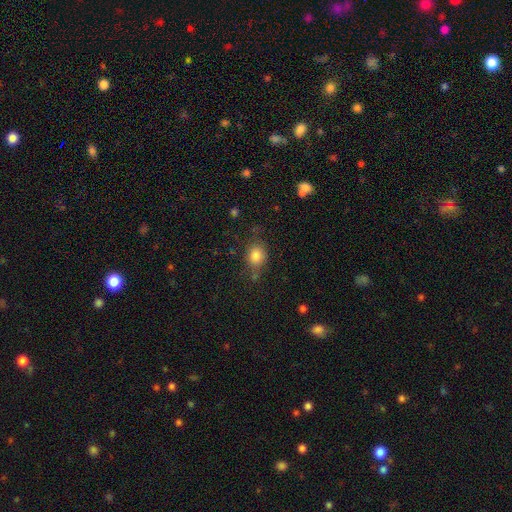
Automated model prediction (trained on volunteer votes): smooth 81%, star or artifact 11%, featured or disk 8%. Down the decision tree: how rounded — round (56%); merging — none (68%).